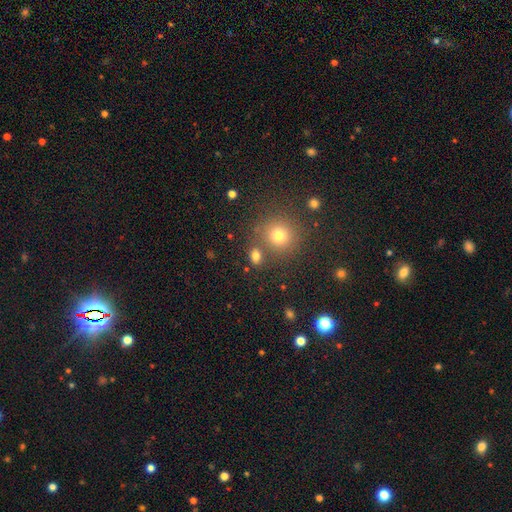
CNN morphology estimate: type=smooth (74%); roundness=in between (51%); merging=none (72%).